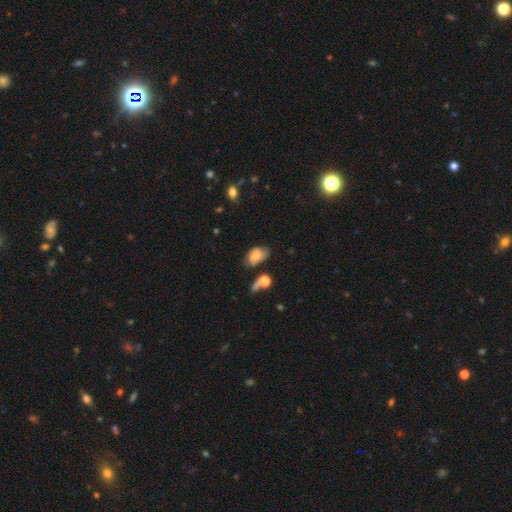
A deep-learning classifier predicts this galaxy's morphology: A smooth galaxy with no disk features (61%) that is in between round and cigar-shaped (84%).

Vote fractions:
- Smooth or featured? smooth: 61% / featured or disk: 28% / star or artifact: 10%
- How rounded? in between: 84% / round: 14% / cigar-shaped: 2%
- Merging? none: 49% / minor disturbance: 31% / major disturbance: 12% / merger: 8%